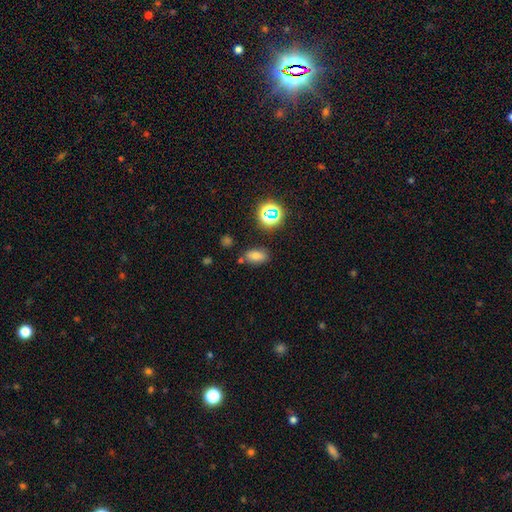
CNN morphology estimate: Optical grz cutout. It shows a smooth galaxy with no disk features (70%) that is in between round and cigar-shaped (85%). Merging: none (77%).